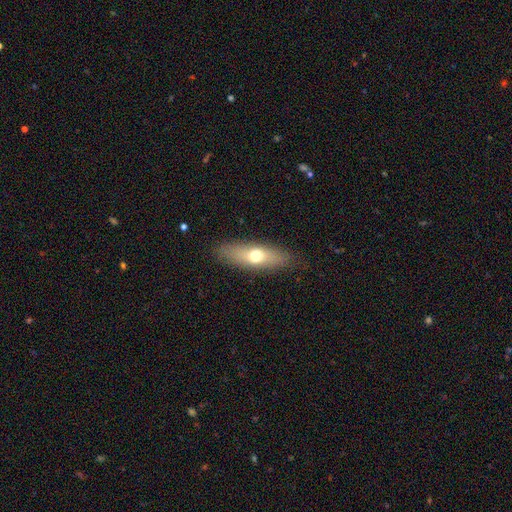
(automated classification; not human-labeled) A smooth galaxy with no disk features (55%) that is cigar-shaped (53%).

Vote fractions:
- Smooth or featured? smooth: 55% / featured or disk: 37% / star or artifact: 7%
- How rounded? cigar-shaped: 53% / in between: 44% / round: 3%
- Merging? none: 87% / minor disturbance: 10% / major disturbance: 2% / merger: 1%